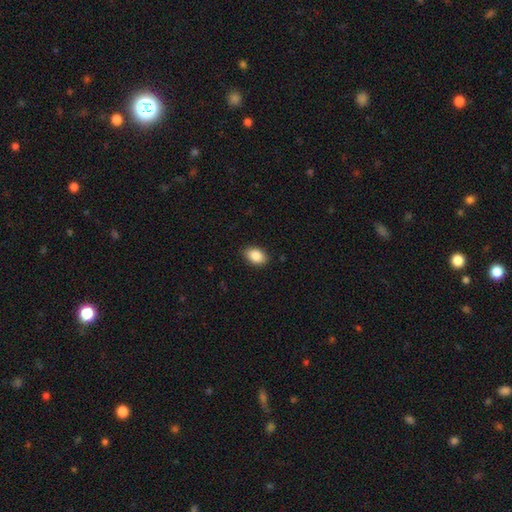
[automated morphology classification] Smooth or featured? Predicted: smooth (p=0.86). How rounded? Predicted: in between (p=0.86). Merging? Predicted: none (p=0.87).